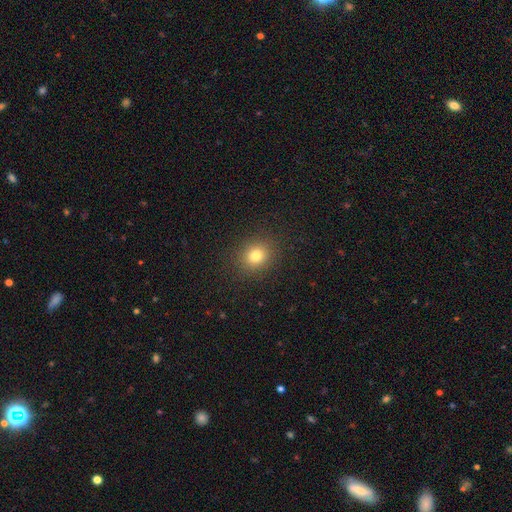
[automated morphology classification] smooth_or_featured: smooth (p=0.79) [alt: star or artifact p=0.14]
how_rounded: round (p=0.75) [alt: in between p=0.24]
merging: none (p=0.89) [alt: minor disturbance p=0.07]